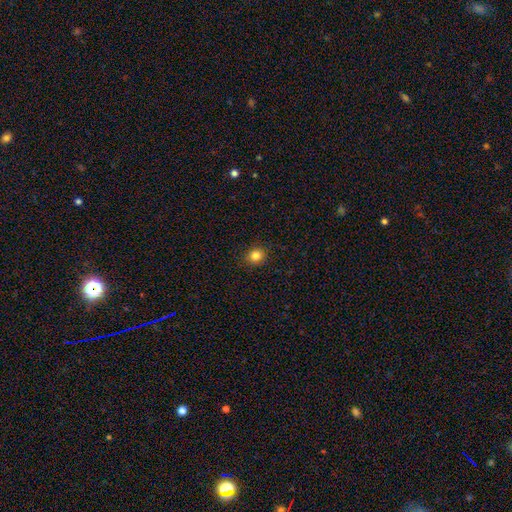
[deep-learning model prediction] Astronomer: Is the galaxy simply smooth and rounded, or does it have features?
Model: smooth — 83%.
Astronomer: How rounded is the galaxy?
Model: round — 82%.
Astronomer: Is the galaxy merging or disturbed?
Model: none — 90%.